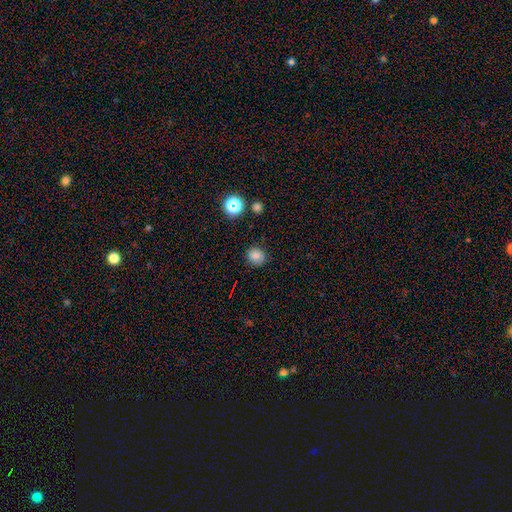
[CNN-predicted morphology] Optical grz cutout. It shows a smooth galaxy with no disk features (80%) that is round (82%). Merging: none (84%).